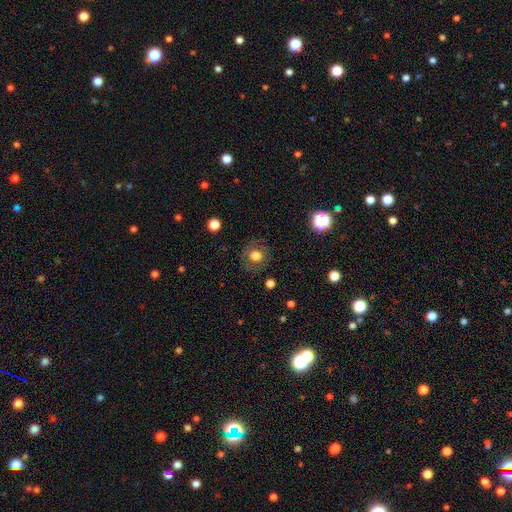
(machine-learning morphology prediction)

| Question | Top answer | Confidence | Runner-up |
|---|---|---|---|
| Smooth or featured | smooth | 64% | featured or disk (25%) |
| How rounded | round | 87% | in between (12%) |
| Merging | none | 83% | minor disturbance (11%) |